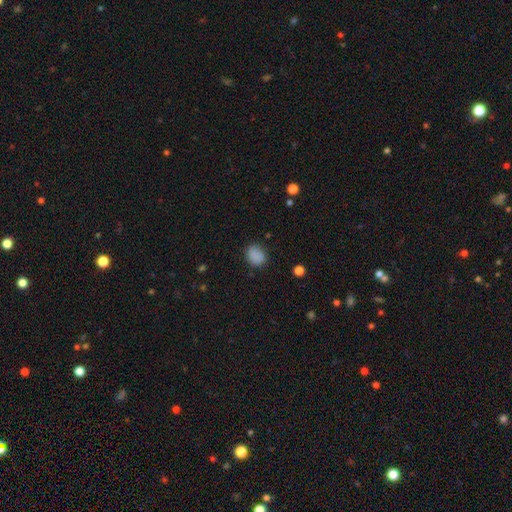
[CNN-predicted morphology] The model was most divided on "how rounded": in between: 50%, round: 49%, cigar-shaped: 1%. More confident: smooth or featured — smooth (86%); merging — none (79%).